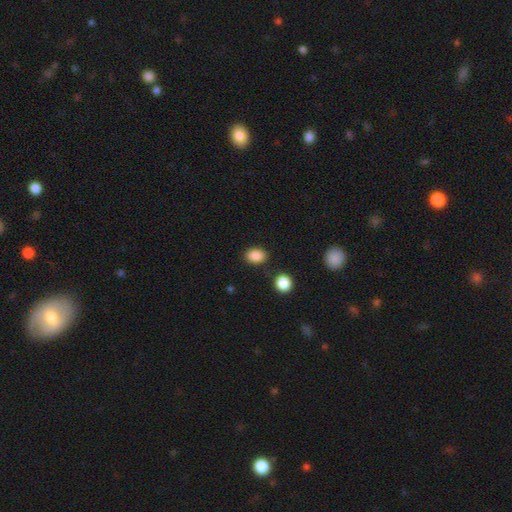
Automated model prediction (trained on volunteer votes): Morphology: type=smooth (87%); roundness=in between (73%); merging=none (82%).